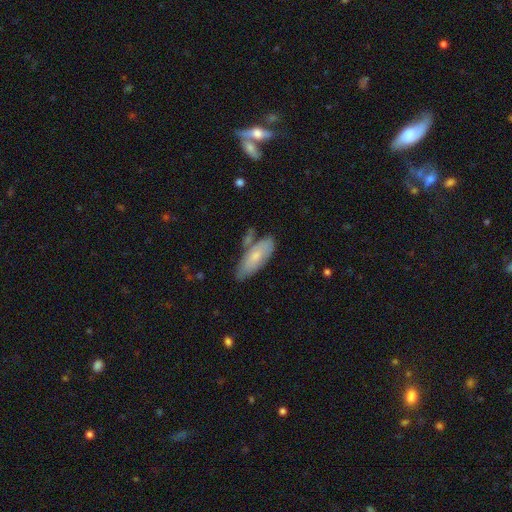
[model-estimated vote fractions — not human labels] Smooth or featured? smooth (68%)
How rounded? in between (74%)
Merging? none (63%)